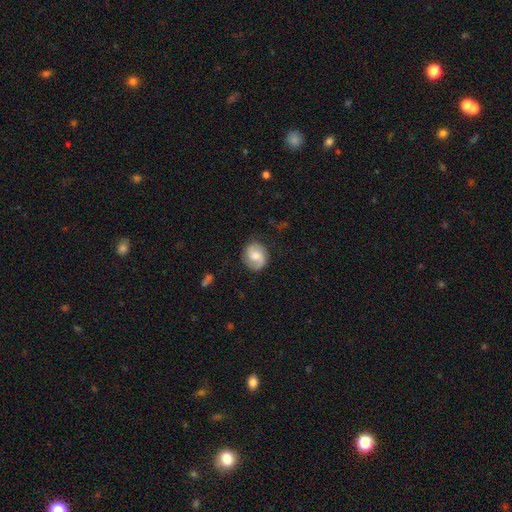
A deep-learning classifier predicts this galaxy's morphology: smooth-or-featured: featured or disk: 50% | smooth: 42% | star or artifact: 7%
  disk-edge-on: no: 97% | yes: 3%
  merging: none: 80% | minor disturbance: 14% | major disturbance: 5% | merger: 1%